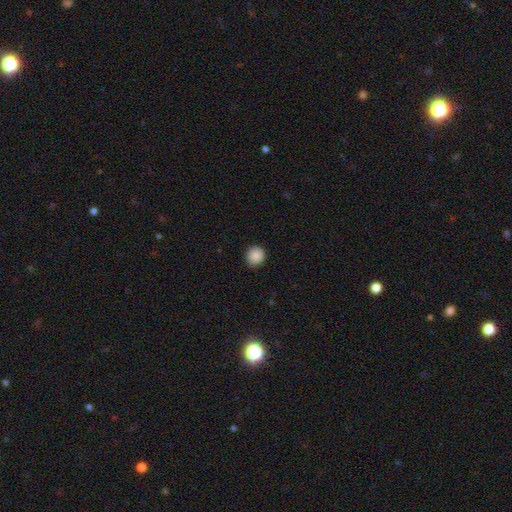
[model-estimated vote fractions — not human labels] smooth_or_featured: smooth (p=0.88) [alt: star or artifact p=0.09]
how_rounded: round (p=0.83) [alt: in between p=0.16]
merging: none (p=0.88) [alt: minor disturbance p=0.09]